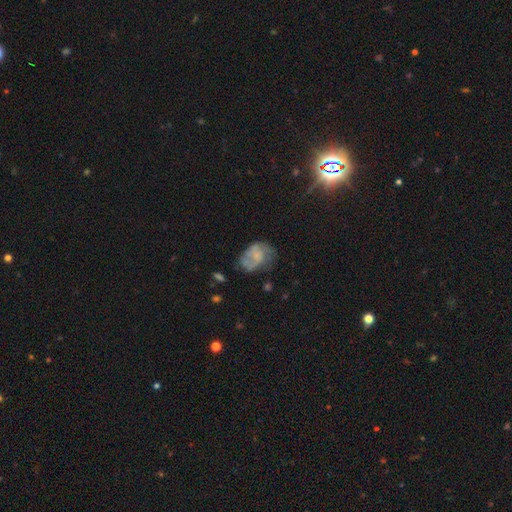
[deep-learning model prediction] A featured or disk galaxy (55%) with no bar (77%), spiral arms (64%) and no central bulge (51%).

Vote fractions:
- Smooth or featured? featured or disk: 55% / smooth: 35% / star or artifact: 10%
- Edge-on disk? no: 98% / yes: 2%
- Bar? no: 77% / weak: 20% / strong: 3%
- Spiral arms? yes: 64% / no: 36%
- Bulge size? none: 51% / small: 28% / moderate: 16% / large: 4% / dominant: 1%
- Merging? none: 46% / minor disturbance: 27% / major disturbance: 24% / merger: 4%